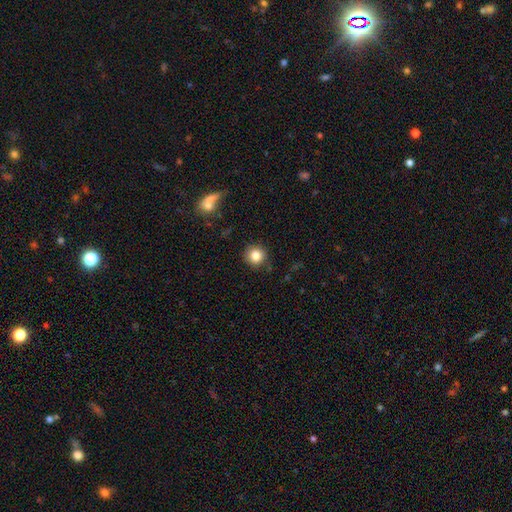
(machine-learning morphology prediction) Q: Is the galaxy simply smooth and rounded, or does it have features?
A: smooth — 83%.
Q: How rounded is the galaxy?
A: round — 92%.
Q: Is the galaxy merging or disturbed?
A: none — 87%.